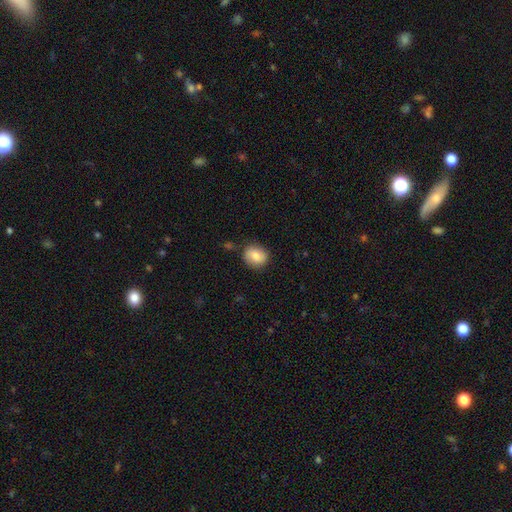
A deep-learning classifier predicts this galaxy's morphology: The model was most divided on "how rounded": round: 68%, in between: 31%, cigar-shaped: 1%. More confident: merging — none (81%); smooth or featured — smooth (75%).